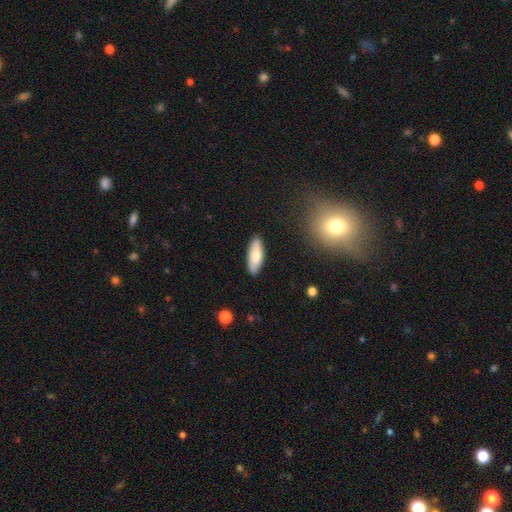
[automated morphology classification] A smooth galaxy with no disk features (77%) that is in between round and cigar-shaped (66%).

Vote fractions:
- Smooth or featured? smooth: 77% / featured or disk: 18% / star or artifact: 6%
- How rounded? in between: 66% / cigar-shaped: 32% / round: 2%
- Merging? none: 88% / minor disturbance: 9% / major disturbance: 2% / merger: 1%